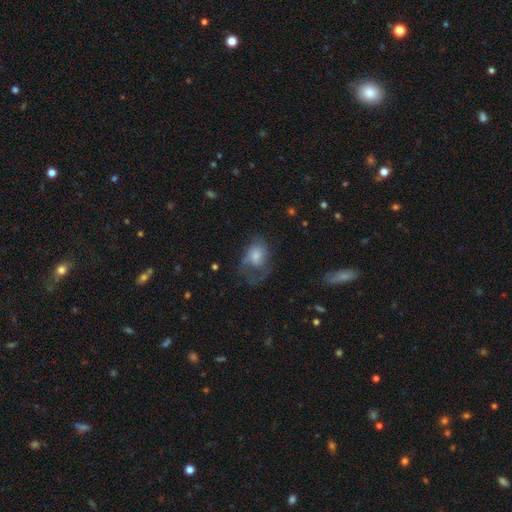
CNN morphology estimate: This is possibly a smooth galaxy (50%). Merging: possibly major disturbance (45%).